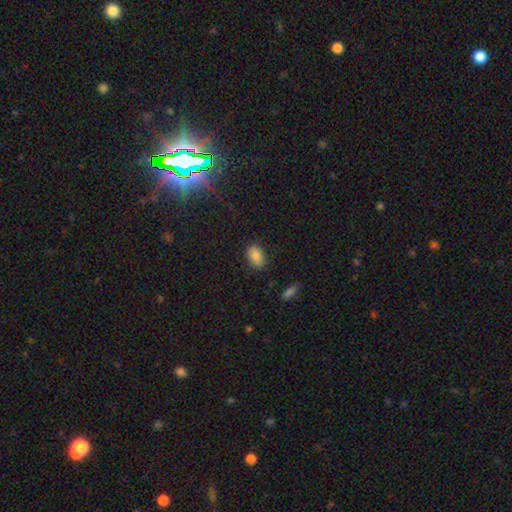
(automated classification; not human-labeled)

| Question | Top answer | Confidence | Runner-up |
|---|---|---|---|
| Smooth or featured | smooth | 85% | star or artifact (9%) |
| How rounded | in between | 89% | round (9%) |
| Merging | none | 83% | minor disturbance (13%) |